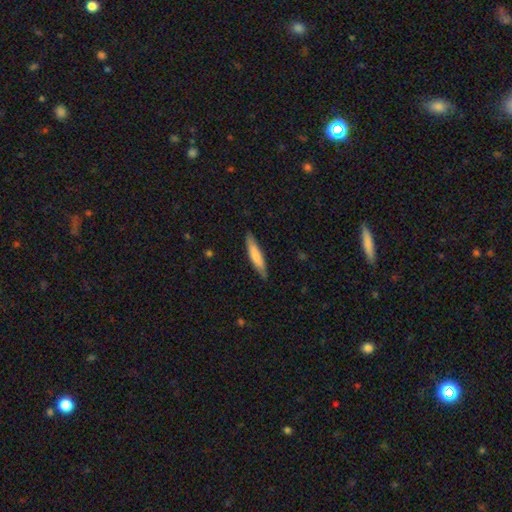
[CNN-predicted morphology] smooth_or_featured: smooth (p=0.74) [alt: featured or disk p=0.21]
how_rounded: cigar-shaped (p=0.85) [alt: in between p=0.14]
merging: none (p=0.84) [alt: minor disturbance p=0.13]